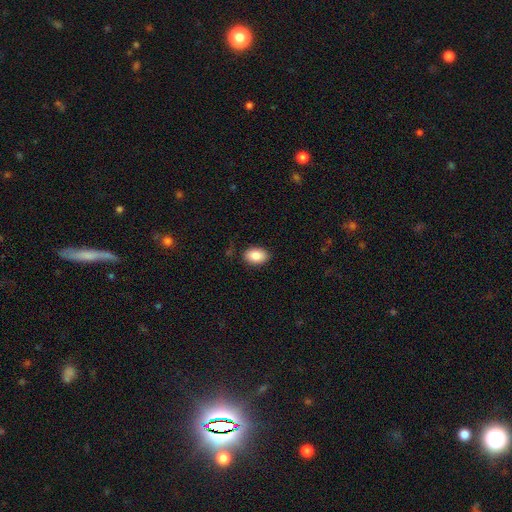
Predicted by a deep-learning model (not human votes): Smooth or featured: smooth — 87% (star or artifact — 7%)
How rounded: in between — 85% (round — 14%)
Merging: none — 85% (minor disturbance — 11%)